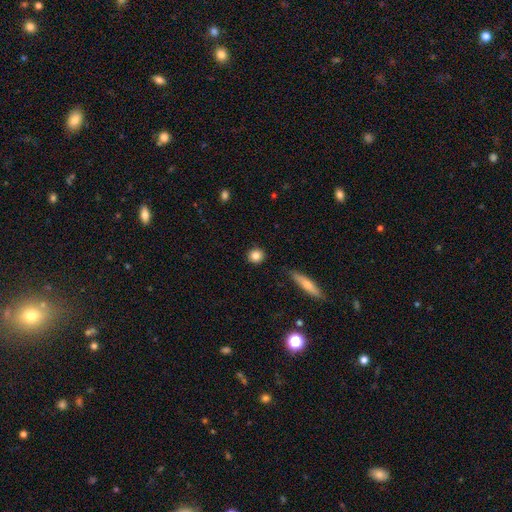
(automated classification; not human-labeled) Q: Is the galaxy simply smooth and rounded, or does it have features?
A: smooth — 83%.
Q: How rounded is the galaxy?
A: round — 88%.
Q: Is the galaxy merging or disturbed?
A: none — 89%.